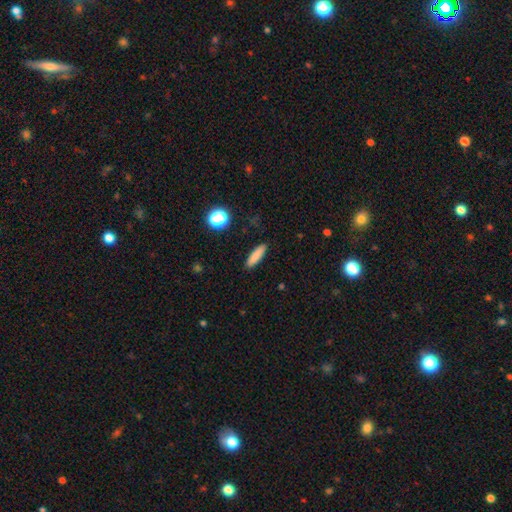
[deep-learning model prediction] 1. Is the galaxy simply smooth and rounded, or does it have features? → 84% smooth, 9% star or artifact, 7% featured or disk.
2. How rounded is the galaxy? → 71% cigar-shaped, 27% in between, 2% round.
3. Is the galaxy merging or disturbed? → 90% none, 7% minor disturbance, 2% major disturbance, 1% merger.